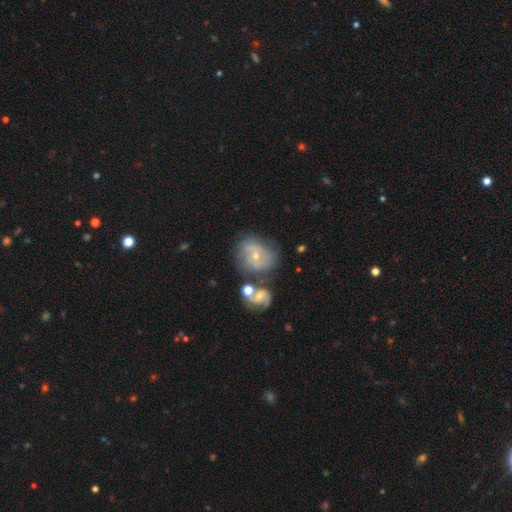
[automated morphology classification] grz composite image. It shows a featured or disk galaxy (67%) with no bar (65%), 2 (44%) tight (41%, tied with medium) spiral arms (80%) and a small central bulge (57%). Merging: none (48%).